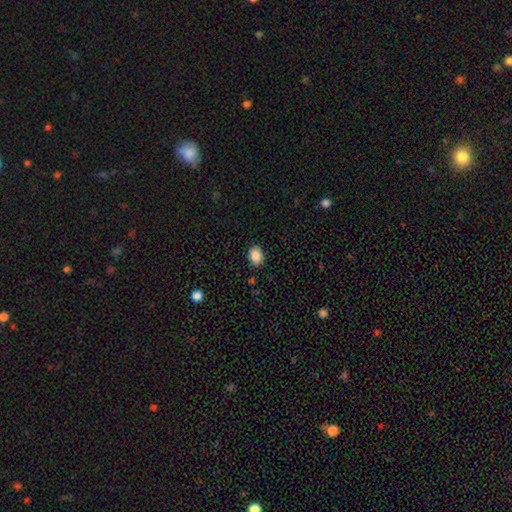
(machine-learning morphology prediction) Smooth or featured: smooth — 89% (star or artifact — 8%)
How rounded: in between — 73% (round — 26%)
Merging: none — 87% (minor disturbance — 9%)